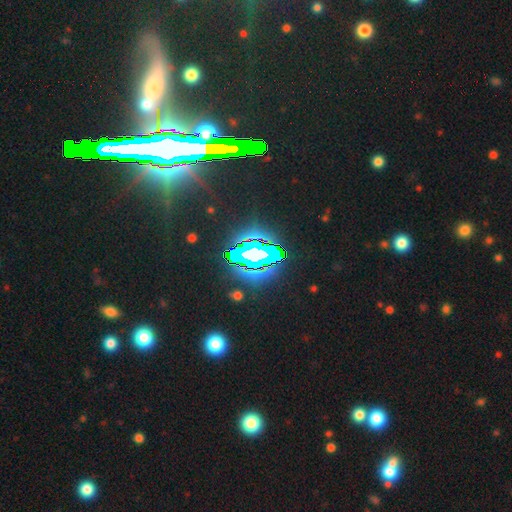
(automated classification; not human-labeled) star or artifact 72%, featured or disk 17%, smooth 12%.